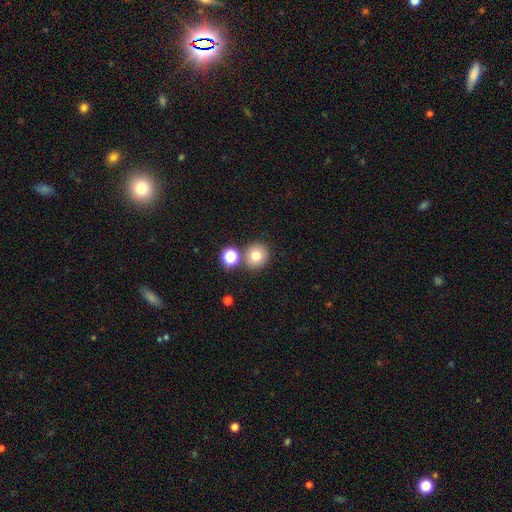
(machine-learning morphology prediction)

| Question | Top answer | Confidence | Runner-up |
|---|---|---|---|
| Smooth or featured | smooth | 75% | star or artifact (15%) |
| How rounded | round | 87% | in between (12%) |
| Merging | none | 74% | merger (15%) |